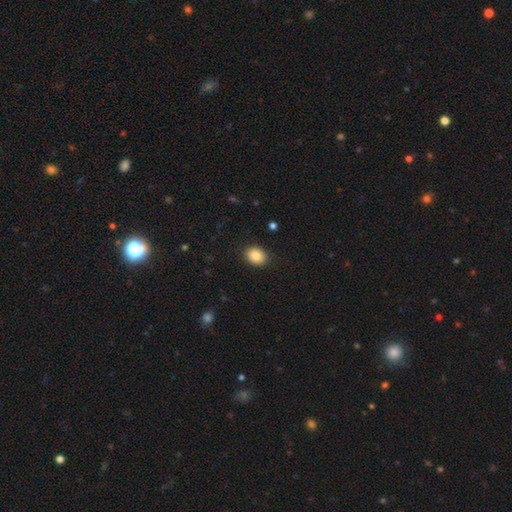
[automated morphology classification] Smooth or featured? Predicted: smooth (p=0.87). How rounded? Predicted: in between (p=0.59). Merging? Predicted: none (p=0.89).